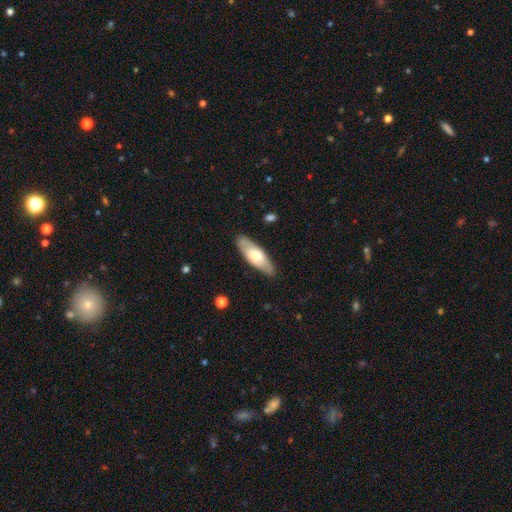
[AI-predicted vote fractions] smooth_or_featured: smooth (p=0.59) [alt: featured or disk p=0.36]
how_rounded: in between (p=0.63) [alt: cigar-shaped p=0.35]
merging: none (p=0.86) [alt: minor disturbance p=0.11]